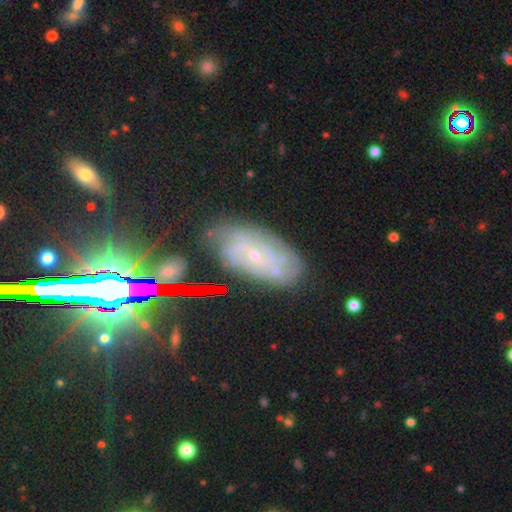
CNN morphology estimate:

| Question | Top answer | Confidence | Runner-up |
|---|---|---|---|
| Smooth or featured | featured or disk | 70% | smooth (15%) |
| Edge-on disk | no | 93% | yes (7%) |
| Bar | no | 52% | weak (37%) |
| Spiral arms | yes | 88% | no (12%) |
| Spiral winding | tight | 62% | medium (27%) |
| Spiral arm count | can't tell | 53% | 2 (16%) |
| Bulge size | small | 81% | moderate (13%) |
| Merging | none | 74% | minor disturbance (18%) |